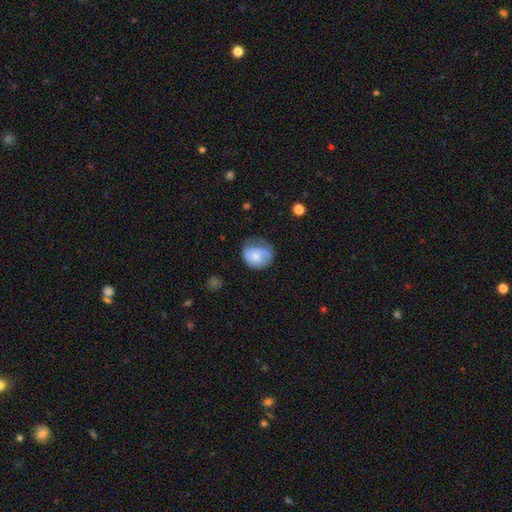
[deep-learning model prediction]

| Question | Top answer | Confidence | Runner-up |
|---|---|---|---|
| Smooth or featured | smooth | 70% | featured or disk (23%) |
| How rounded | round | 57% | in between (42%) |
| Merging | none | 46% | minor disturbance (36%) |